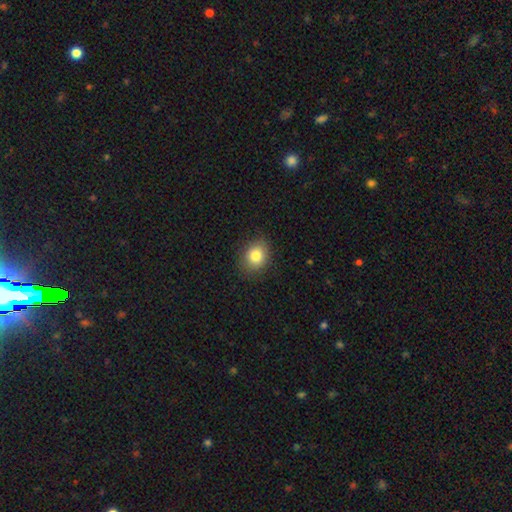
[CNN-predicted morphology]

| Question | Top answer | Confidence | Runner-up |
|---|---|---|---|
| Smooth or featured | smooth | 82% | star or artifact (10%) |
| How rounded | round | 58% | in between (41%) |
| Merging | none | 85% | minor disturbance (11%) |